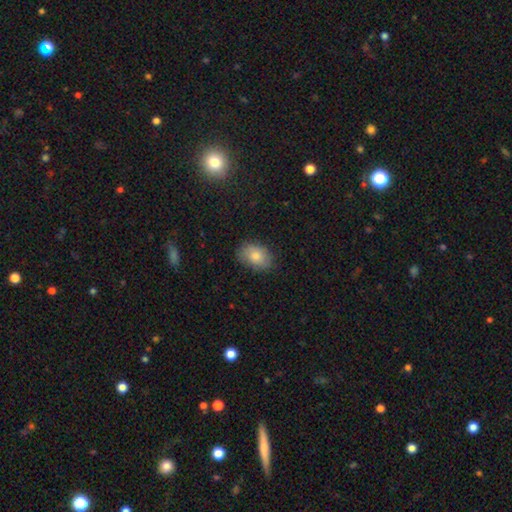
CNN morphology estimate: smooth 77%, featured or disk 13%, star or artifact 10%. Down the decision tree: how rounded — in between (84%); merging — none (81%).